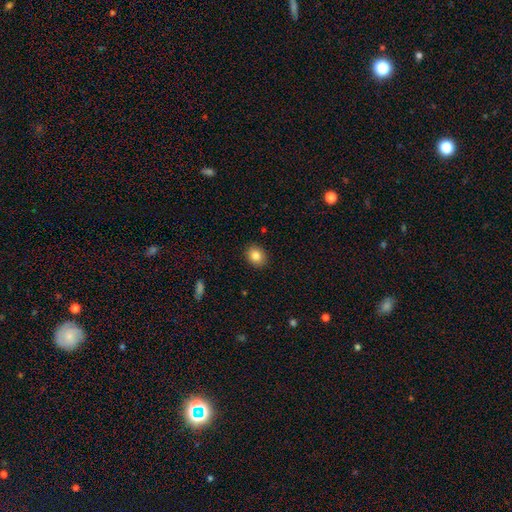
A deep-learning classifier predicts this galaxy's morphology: A smooth galaxy with no disk features (84%) that is round (56%). Merging: none (90%).